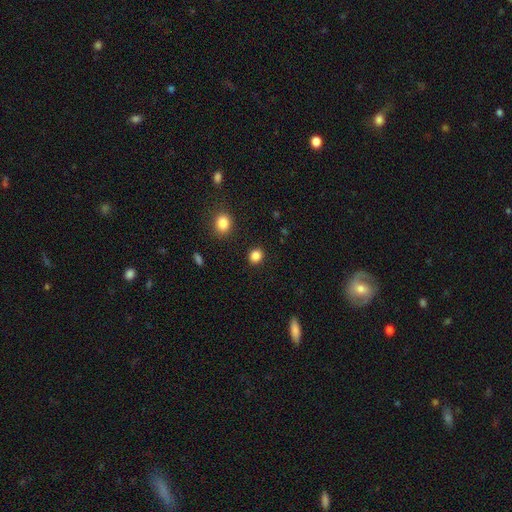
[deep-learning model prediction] Smooth or featured? Predicted: smooth (p=0.86). How rounded? Predicted: round (p=0.70). Merging? Predicted: none (p=0.90).